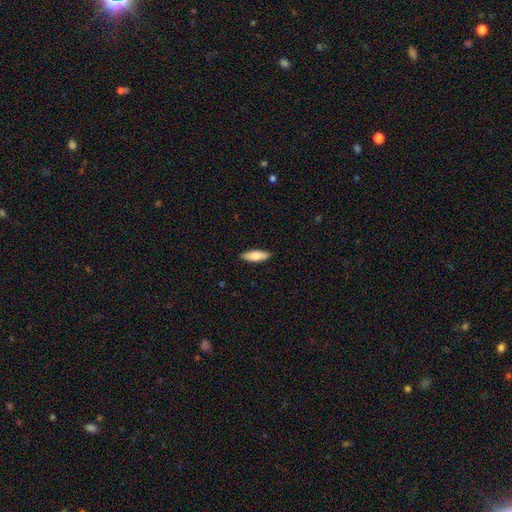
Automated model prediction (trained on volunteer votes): A smooth galaxy with no disk features (83%) that is in between round and cigar-shaped (62%). Merging: none (88%).